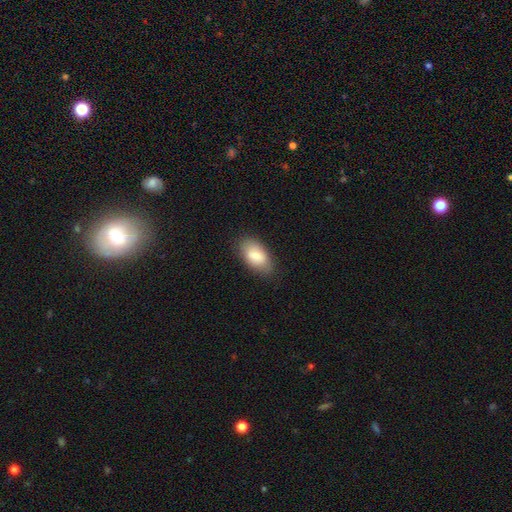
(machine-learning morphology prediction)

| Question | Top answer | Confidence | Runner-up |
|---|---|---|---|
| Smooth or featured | smooth | 80% | featured or disk (13%) |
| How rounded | in between | 93% | round (4%) |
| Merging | none | 80% | minor disturbance (16%) |